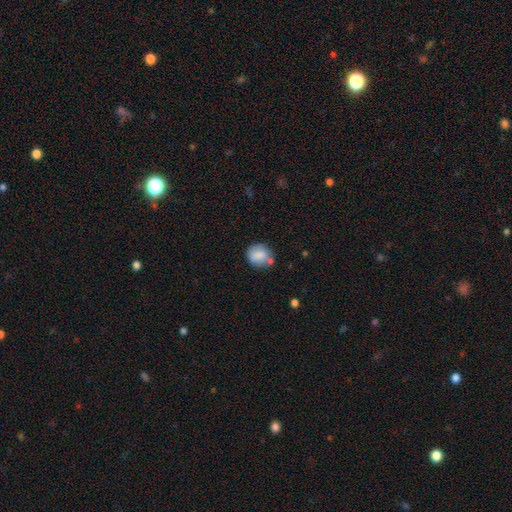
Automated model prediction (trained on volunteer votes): Overall: smooth (78%). How rounded: round (73%). Merging: none (61%; minor disturbance 21%).